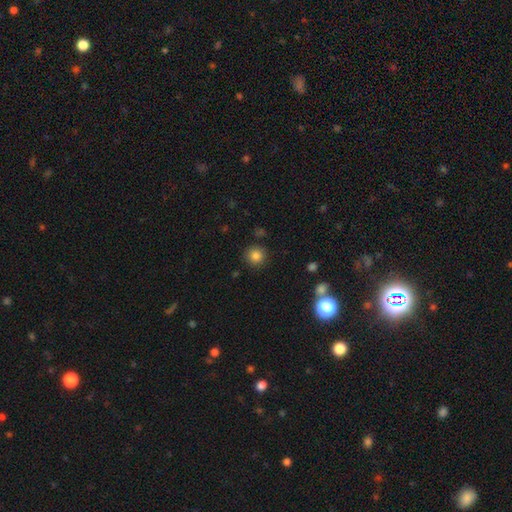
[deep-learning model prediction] Smooth or featured?
  - smooth: 83% *
  - star or artifact: 12%
  - featured or disk: 5%
How rounded?
  - round: 93% *
  - in between: 6%
  - cigar-shaped: 1%
Merging?
  - none: 88% *
  - minor disturbance: 7%
  - major disturbance: 2%
  - merger: 2%